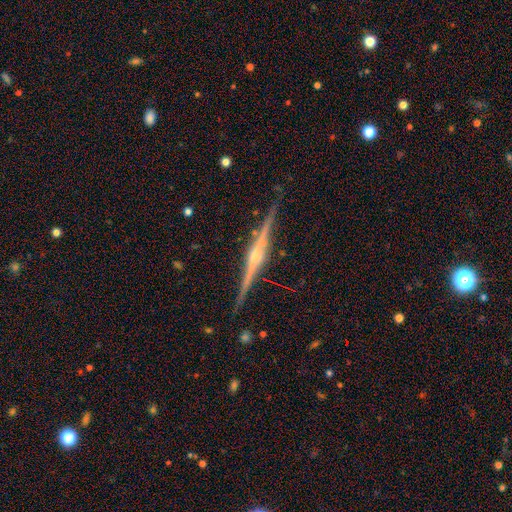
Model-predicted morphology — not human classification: Smooth or featured: featured or disk — 87% (smooth — 7%)
Edge-on disk: yes — 99% (no — 1%)
Edge-on bulge: rounded — 77% (none — 11%)
Merging: none — 90% (minor disturbance — 7%)